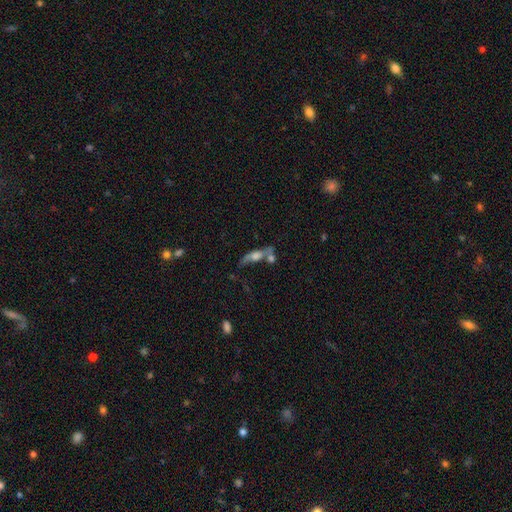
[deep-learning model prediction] Smooth or featured: featured or disk — 56% (smooth — 34%)
Edge-on disk: yes — 63% (no — 37%)
Merging: none — 41% (merger — 32%)